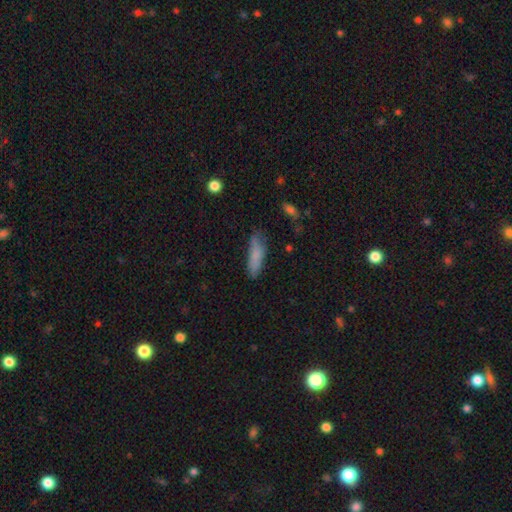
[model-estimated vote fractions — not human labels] smooth-or-featured: smooth: 79% | featured or disk: 14% | star or artifact: 7%
  how-rounded: cigar-shaped: 58% | in between: 40% | round: 2%
  merging: none: 68% | minor disturbance: 24% | major disturbance: 6% | merger: 2%